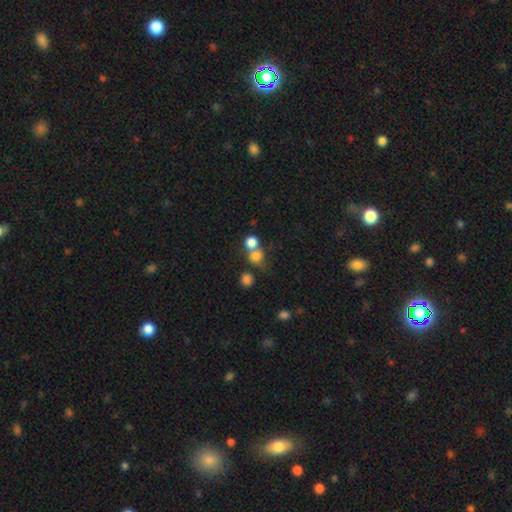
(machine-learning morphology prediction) smooth-or-featured: smooth: 77% | star or artifact: 14% | featured or disk: 9%
  how-rounded: round: 82% | in between: 17% | cigar-shaped: 1%
  merging: merger: 44% | none: 42% | minor disturbance: 8% | major disturbance: 5%